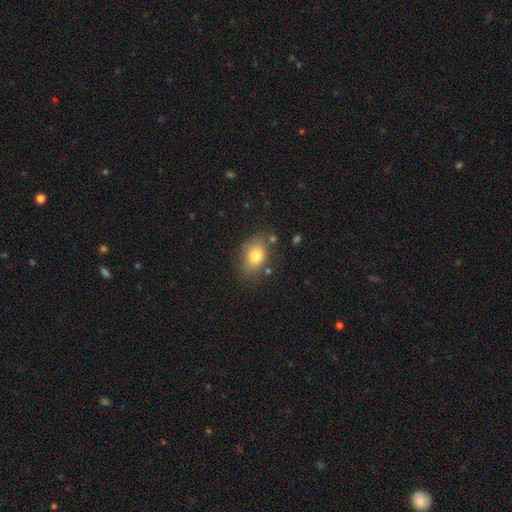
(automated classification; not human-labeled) Smooth or featured?
  - smooth: 79% *
  - featured or disk: 12%
  - star or artifact: 9%
How rounded?
  - in between: 75% *
  - round: 24%
  - cigar-shaped: 1%
Merging?
  - none: 70% *
  - minor disturbance: 20%
  - major disturbance: 6%
  - merger: 4%